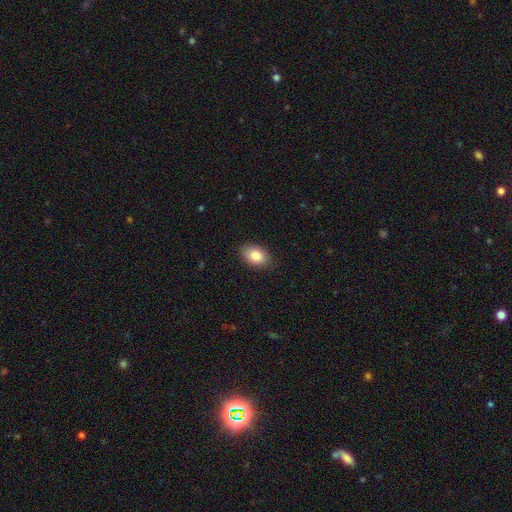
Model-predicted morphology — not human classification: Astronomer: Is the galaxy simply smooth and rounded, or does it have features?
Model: smooth — 84%.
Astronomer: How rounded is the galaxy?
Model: in between — 87%.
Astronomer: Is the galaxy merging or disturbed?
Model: none — 87%.